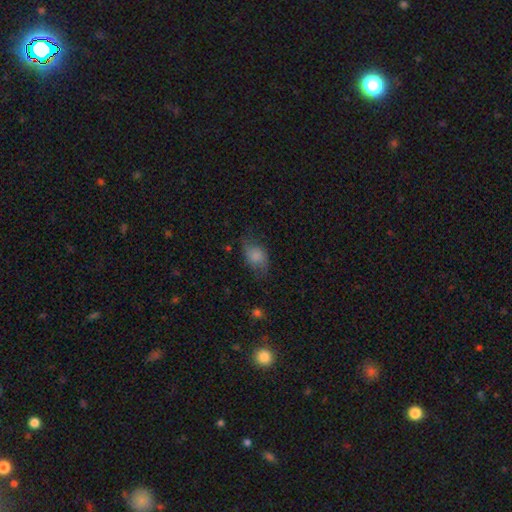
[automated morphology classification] This is likely a smooth galaxy (69%). How rounded: clearly in between (82%). Merging: possibly none (56%).